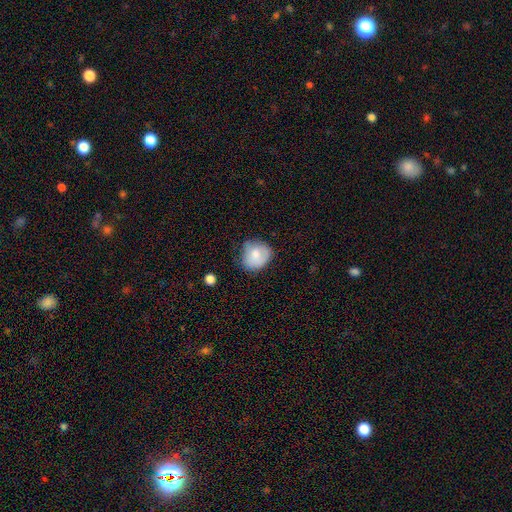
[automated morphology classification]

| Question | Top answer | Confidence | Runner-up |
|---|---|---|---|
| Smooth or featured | smooth | 75% | featured or disk (18%) |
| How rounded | round | 72% | in between (27%) |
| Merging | none | 60% | minor disturbance (30%) |